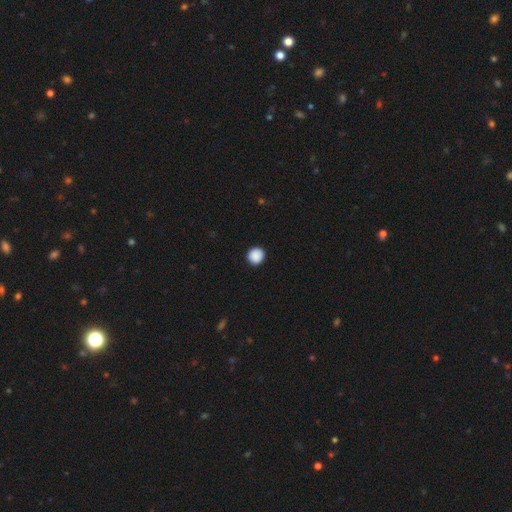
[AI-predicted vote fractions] Overall: smooth (89%). How rounded: round (93%). Merging: none (92%).